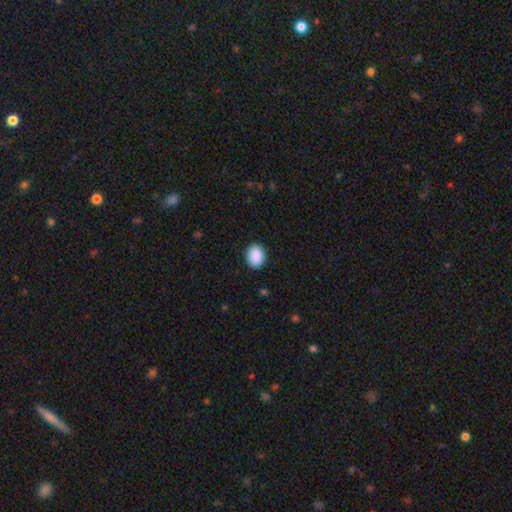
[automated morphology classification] smooth_or_featured: smooth (p=0.90) [alt: star or artifact p=0.07]
how_rounded: in between (p=0.63) [alt: round p=0.37]
merging: none (p=0.90) [alt: minor disturbance p=0.07]